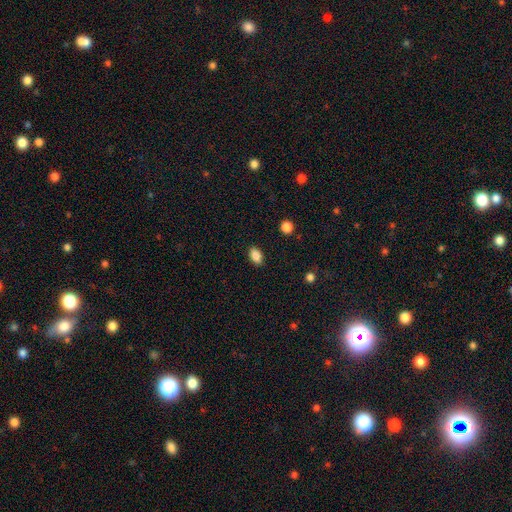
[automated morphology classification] type=smooth (88%); roundness=in between (88%); merging=none (88%).